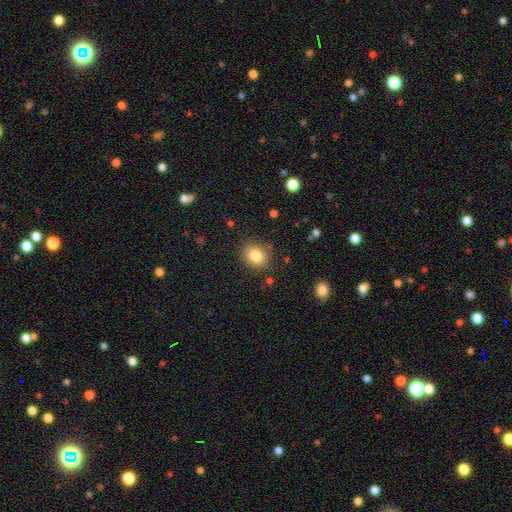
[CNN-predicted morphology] Overall: smooth (83%). How rounded: round (64%; in between 36%). Merging: none (85%).